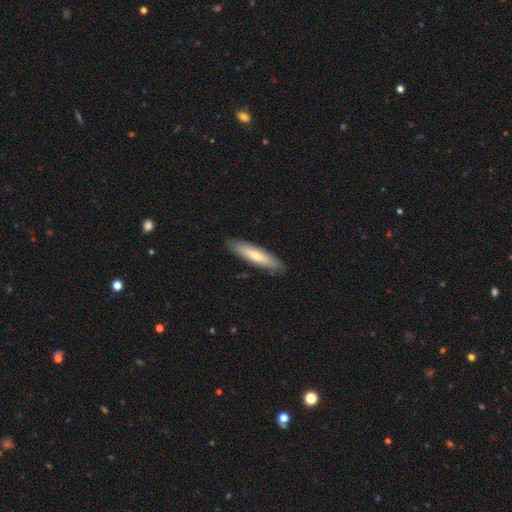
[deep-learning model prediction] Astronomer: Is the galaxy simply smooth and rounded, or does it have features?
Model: smooth — 65%.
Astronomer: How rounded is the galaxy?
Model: cigar-shaped — 74%.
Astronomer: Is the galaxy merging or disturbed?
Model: none — 87%.